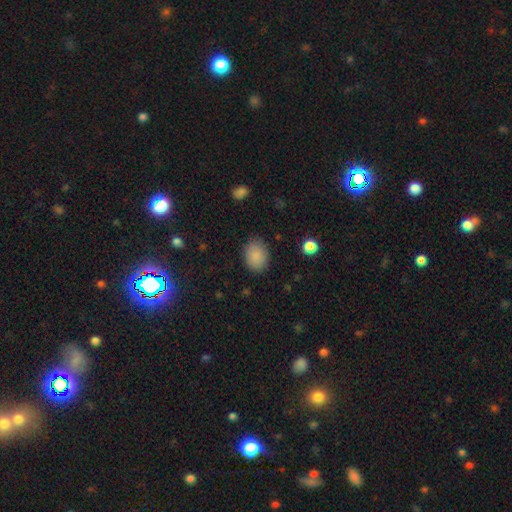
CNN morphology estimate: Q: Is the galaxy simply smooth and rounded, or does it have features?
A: smooth — 88%.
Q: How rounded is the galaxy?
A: in between — 63%.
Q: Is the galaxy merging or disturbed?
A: none — 85%.